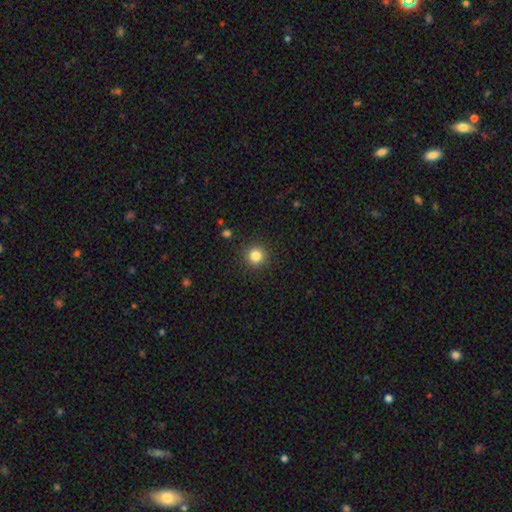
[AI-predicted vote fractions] Smooth or featured?
  - smooth: 83% *
  - star or artifact: 12%
  - featured or disk: 5%
How rounded?
  - round: 95% *
  - in between: 4%
  - cigar-shaped: 1%
Merging?
  - none: 92% *
  - minor disturbance: 5%
  - major disturbance: 2%
  - merger: 1%